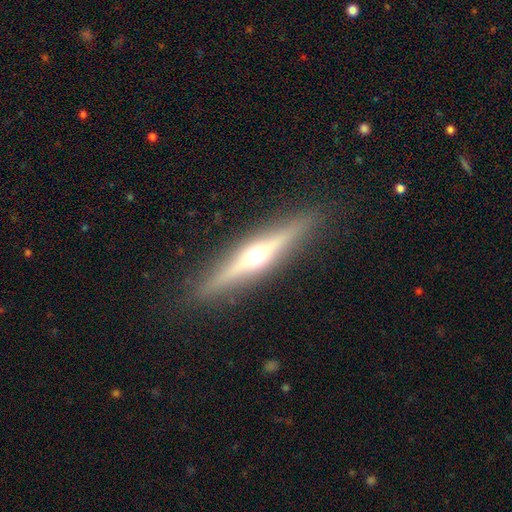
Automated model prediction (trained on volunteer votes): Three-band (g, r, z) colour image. It shows a featured or disk galaxy (72%) viewed edge-on (96%) with a rounded central bulge (91%). Merging: none (91%).